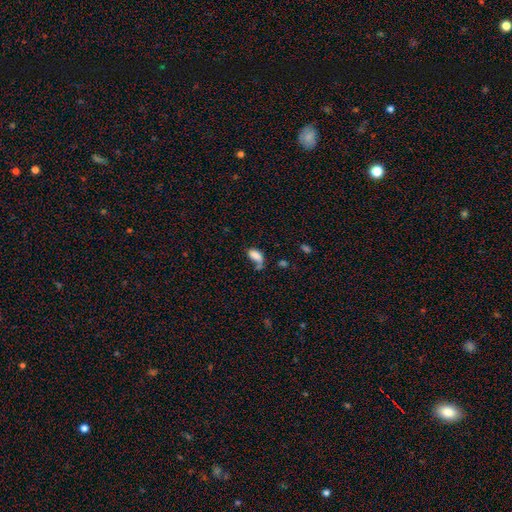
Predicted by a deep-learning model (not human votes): Smooth or featured? smooth (79%)
How rounded? in between (89%)
Merging? none (33%)